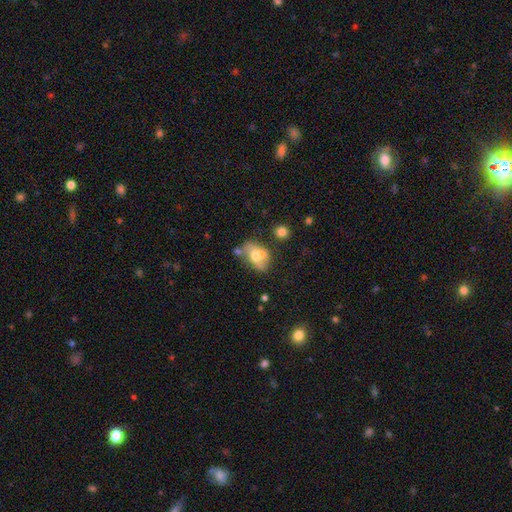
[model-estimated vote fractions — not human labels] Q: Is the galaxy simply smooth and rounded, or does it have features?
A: smooth — 54%.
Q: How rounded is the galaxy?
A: in between — 77%.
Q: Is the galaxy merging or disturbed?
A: none — 44%.